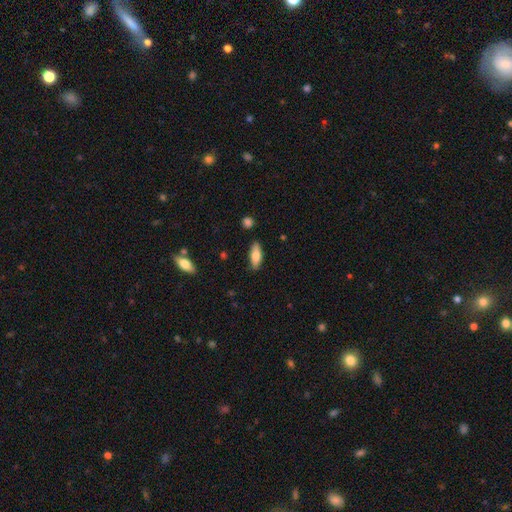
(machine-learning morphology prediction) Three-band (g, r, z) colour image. It shows a smooth galaxy with no disk features (72%) that is in between round and cigar-shaped (69%). Merging: none (85%).